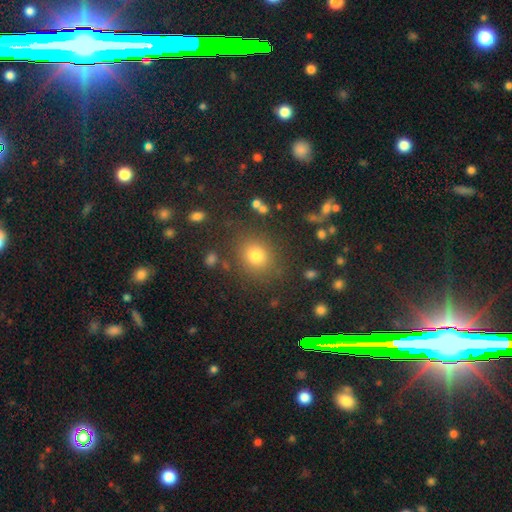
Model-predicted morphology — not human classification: smooth 75%, star or artifact 17%, featured or disk 8%. Down the decision tree: how rounded — round (77%); merging — none (84%).